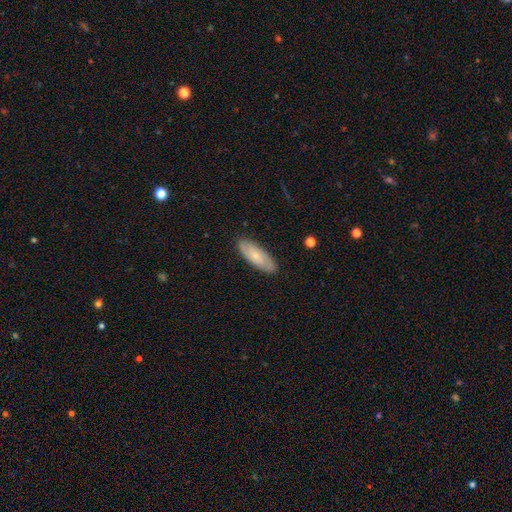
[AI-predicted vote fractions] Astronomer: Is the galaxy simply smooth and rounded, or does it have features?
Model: smooth — 56% (runner-up: featured or disk, 38%).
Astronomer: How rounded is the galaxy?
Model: in between — 69%.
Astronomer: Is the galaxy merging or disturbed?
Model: none — 85%.